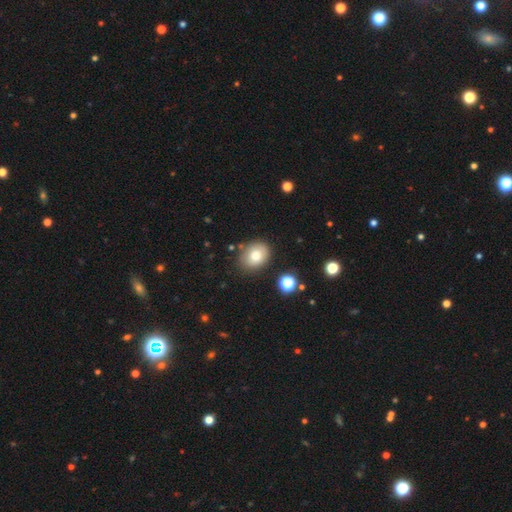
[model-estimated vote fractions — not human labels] A smooth galaxy with no disk features (77%) that is in between round and cigar-shaped (53%). Merging: none (79%).